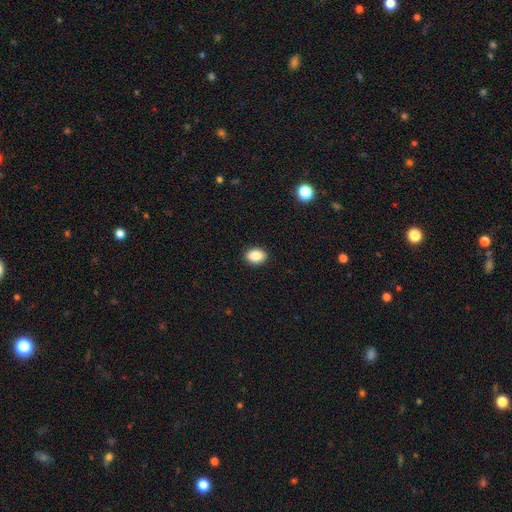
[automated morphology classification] The model was most divided on "how rounded": in between: 69%, round: 30%, cigar-shaped: 1%. More confident: merging — none (91%); smooth or featured — smooth (87%).